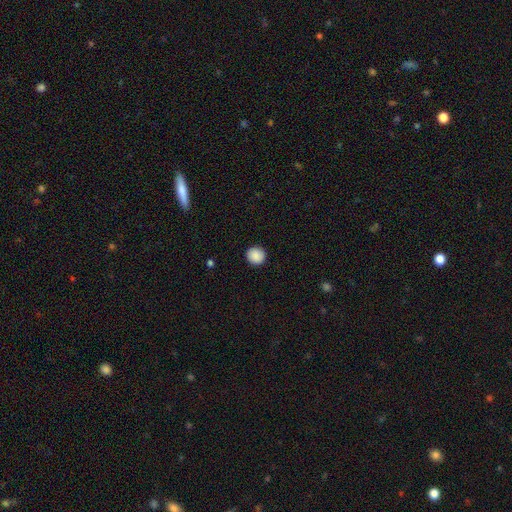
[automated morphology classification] This is clearly a smooth galaxy (89%). How rounded: clearly round (93%). Merging: clearly none (92%).